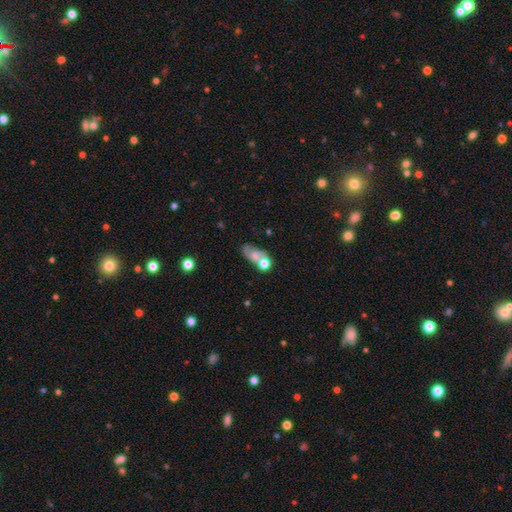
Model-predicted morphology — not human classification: Smooth or featured? smooth (51%)
How rounded? in between (72%)
Merging? merger (35%)